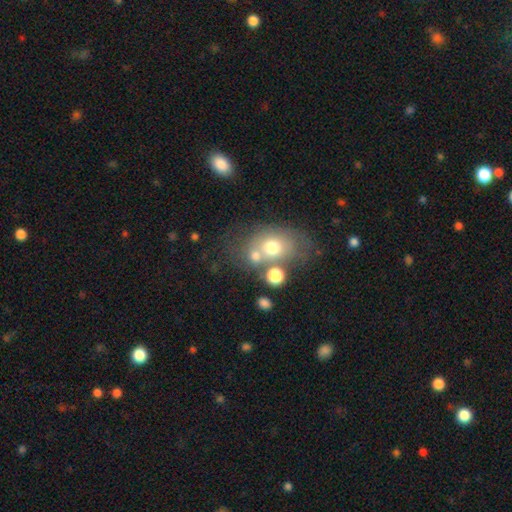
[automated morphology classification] Smooth or featured?
  - smooth: 61% *
  - featured or disk: 26%
  - star or artifact: 14%
How rounded?
  - in between: 51% *
  - round: 48%
  - cigar-shaped: 1%
Merging?
  - none: 40% *
  - merger: 32%
  - minor disturbance: 16%
  - major disturbance: 12%